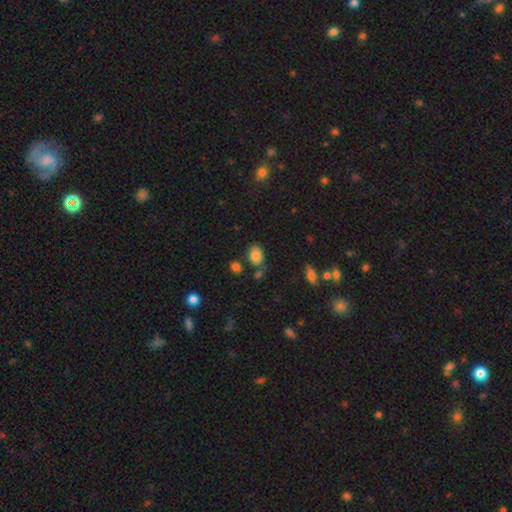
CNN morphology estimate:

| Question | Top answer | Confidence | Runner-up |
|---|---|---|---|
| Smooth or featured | smooth | 81% | star or artifact (10%) |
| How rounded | in between | 74% | round (25%) |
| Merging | none | 70% | minor disturbance (16%) |